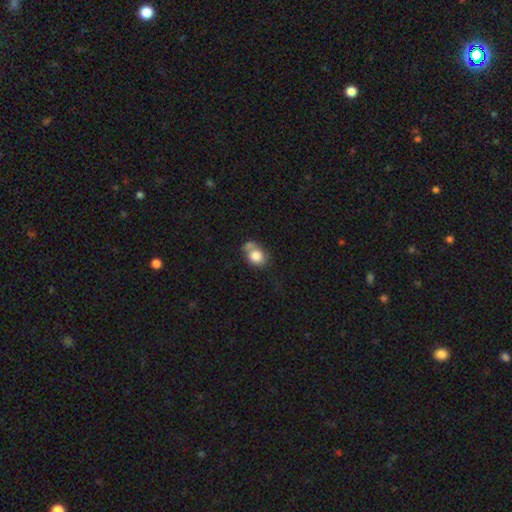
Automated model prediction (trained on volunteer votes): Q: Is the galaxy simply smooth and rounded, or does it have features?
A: smooth — 81%.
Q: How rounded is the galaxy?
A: round — 56%.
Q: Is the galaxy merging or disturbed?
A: none — 40%.